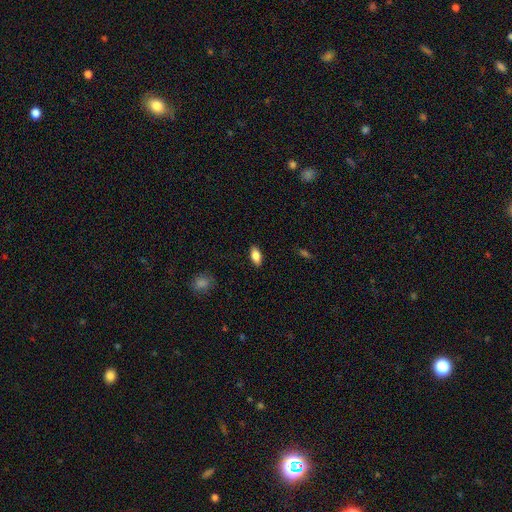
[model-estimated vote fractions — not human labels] Morphology: type=smooth (84%); roundness=in between (90%); merging=none (88%).